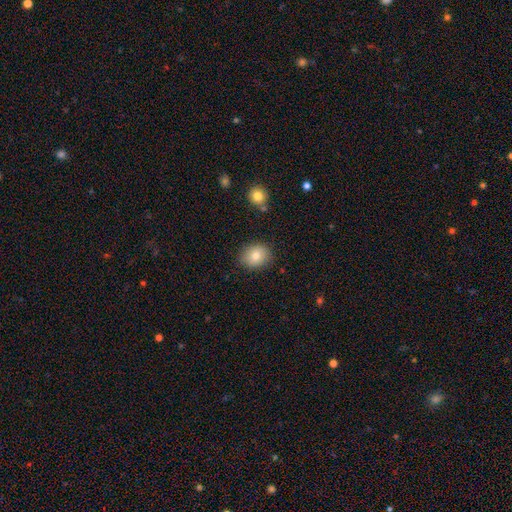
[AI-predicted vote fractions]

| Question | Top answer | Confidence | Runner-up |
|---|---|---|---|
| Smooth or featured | smooth | 80% | featured or disk (10%) |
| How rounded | round | 55% | in between (44%) |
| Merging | none | 84% | minor disturbance (12%) |